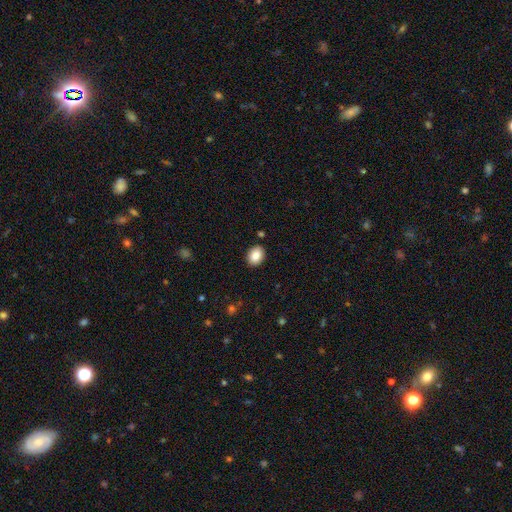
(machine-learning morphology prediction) A smooth galaxy with no disk features (87%) that is in between round and cigar-shaped (70%).

Vote fractions:
- Smooth or featured? smooth: 87% / star or artifact: 8% / featured or disk: 5%
- How rounded? in between: 70% / round: 29% / cigar-shaped: 1%
- Merging? none: 89% / minor disturbance: 7% / major disturbance: 2% / merger: 1%